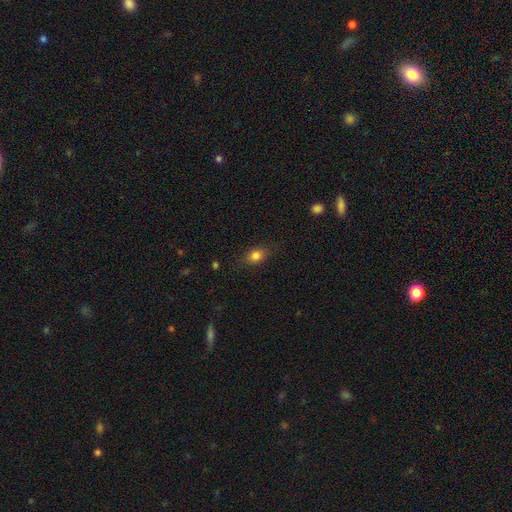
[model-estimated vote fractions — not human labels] Smooth or featured?
  - smooth: 80% *
  - star or artifact: 11%
  - featured or disk: 9%
How rounded?
  - in between: 63% *
  - round: 34%
  - cigar-shaped: 3%
Merging?
  - none: 81% *
  - minor disturbance: 14%
  - major disturbance: 4%
  - merger: 1%